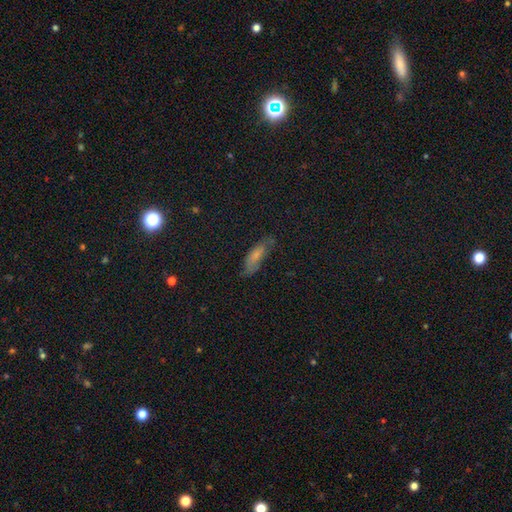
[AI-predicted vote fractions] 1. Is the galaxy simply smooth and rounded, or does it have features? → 67% smooth, 20% featured or disk, 13% star or artifact.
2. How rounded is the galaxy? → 61% in between, 36% cigar-shaped, 3% round.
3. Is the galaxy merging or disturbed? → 62% none, 27% minor disturbance, 8% major disturbance, 2% merger.